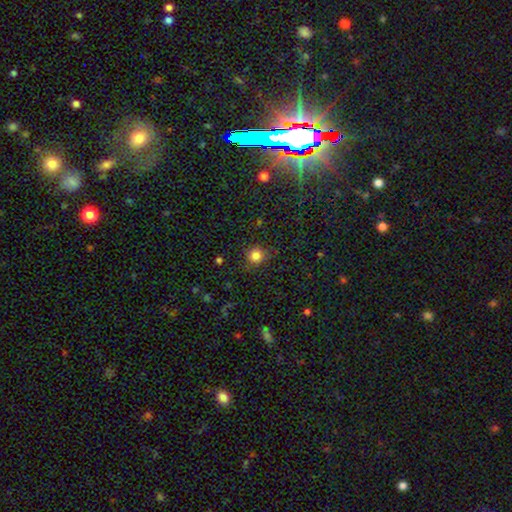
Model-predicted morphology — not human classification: Smooth or featured?
  - smooth: 82% *
  - star or artifact: 13%
  - featured or disk: 4%
How rounded?
  - round: 91% *
  - in between: 8%
  - cigar-shaped: 1%
Merging?
  - none: 85% *
  - minor disturbance: 10%
  - major disturbance: 3%
  - merger: 1%